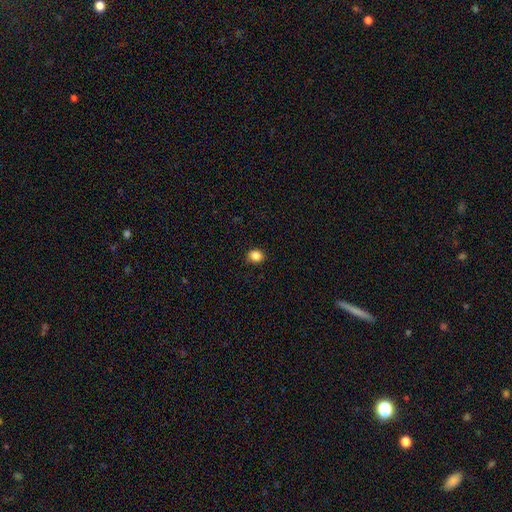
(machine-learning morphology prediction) type=smooth (85%); roundness=round (78%); merging=none (89%).